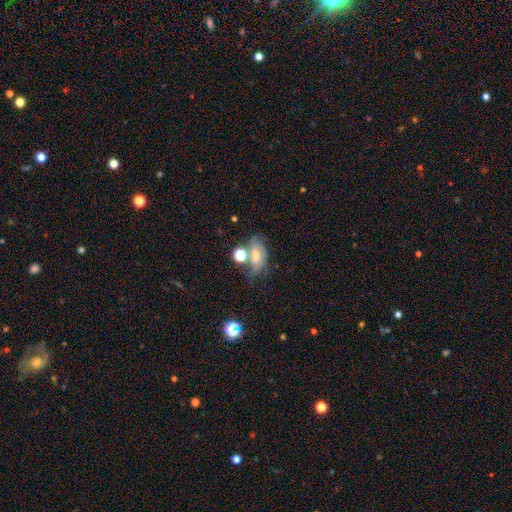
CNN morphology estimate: Smooth or featured? smooth (48%)
Merging? none (38%)